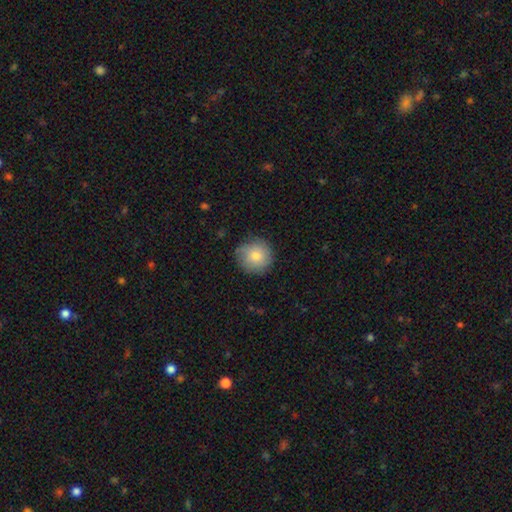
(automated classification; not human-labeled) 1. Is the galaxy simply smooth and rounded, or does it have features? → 77% smooth, 14% featured or disk, 8% star or artifact.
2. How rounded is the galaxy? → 94% round, 5% in between, 1% cigar-shaped.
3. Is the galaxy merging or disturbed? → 80% none, 16% minor disturbance, 3% major disturbance, 1% merger.